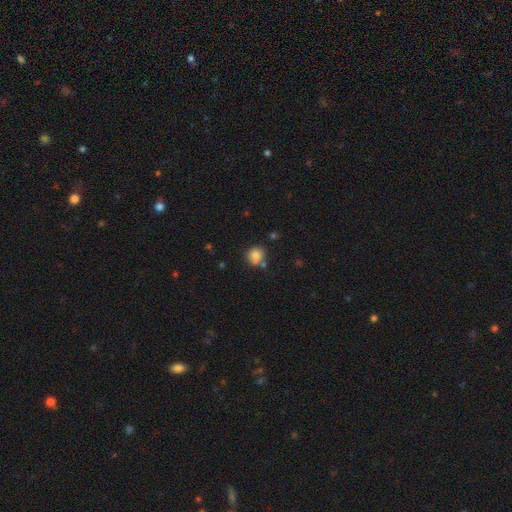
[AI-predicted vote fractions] This is likely a smooth galaxy (80%). How rounded: clearly round (87%). Merging: likely none (68%).